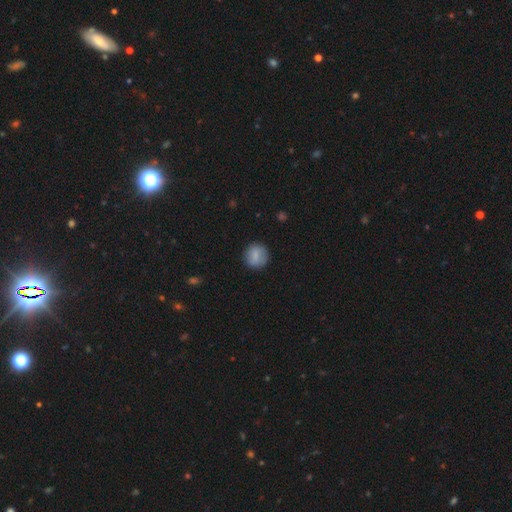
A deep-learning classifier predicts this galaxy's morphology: Smooth or featured?
  - smooth: 80% *
  - featured or disk: 12%
  - star or artifact: 7%
How rounded?
  - round: 87% *
  - in between: 12%
  - cigar-shaped: 1%
Merging?
  - none: 85% *
  - minor disturbance: 11%
  - major disturbance: 3%
  - merger: 1%